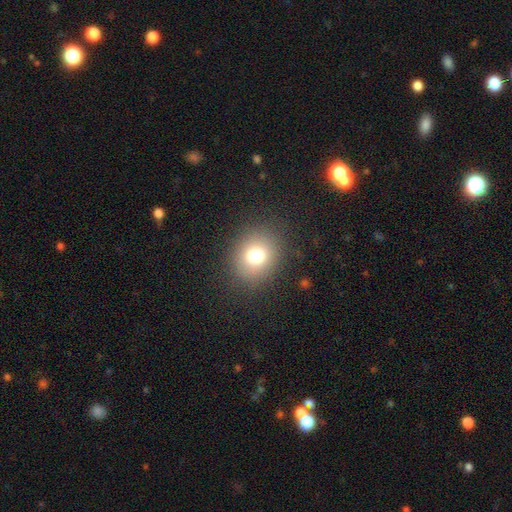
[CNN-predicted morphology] Smooth or featured? Predicted: smooth (p=0.75). How rounded? Predicted: round (p=0.67). Merging? Predicted: none (p=0.85).